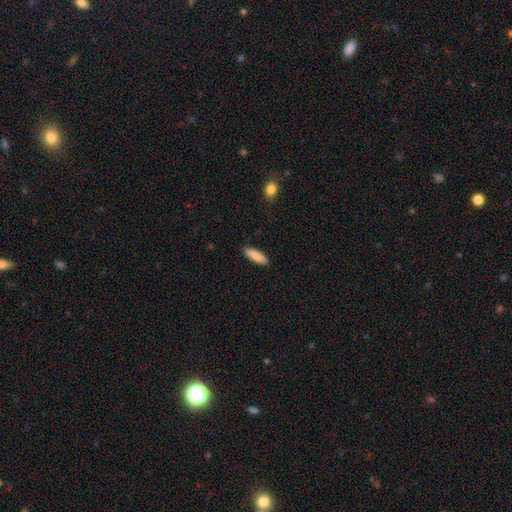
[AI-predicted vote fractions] Smooth or featured: smooth — 88% (featured or disk — 6%)
How rounded: cigar-shaped — 52% (in between — 46%)
Merging: none — 89% (minor disturbance — 8%)